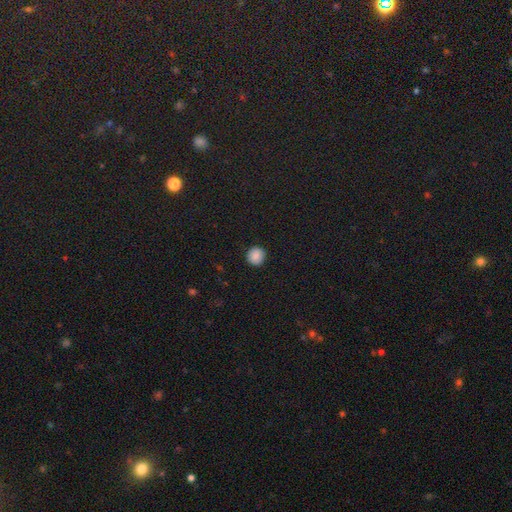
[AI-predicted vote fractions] Morphology: type=smooth (87%); roundness=round (93%); merging=none (91%).